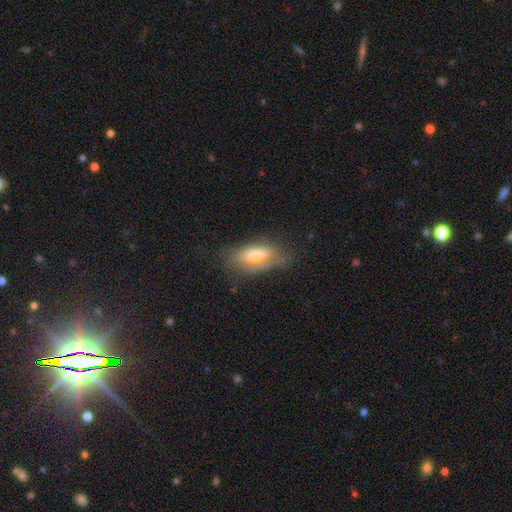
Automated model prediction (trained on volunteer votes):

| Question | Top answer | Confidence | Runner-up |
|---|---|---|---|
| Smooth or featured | smooth | 56% | featured or disk (35%) |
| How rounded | in between | 74% | cigar-shaped (23%) |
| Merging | none | 58% | minor disturbance (28%) |